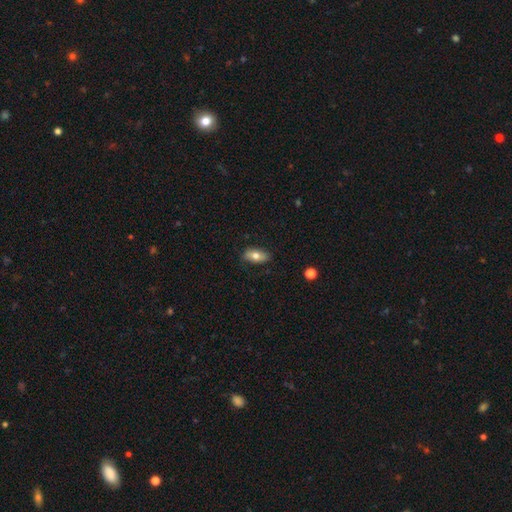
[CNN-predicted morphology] Smooth or featured: smooth — 71% (featured or disk — 22%)
How rounded: in between — 88% (cigar-shaped — 7%)
Merging: none — 81% (minor disturbance — 15%)